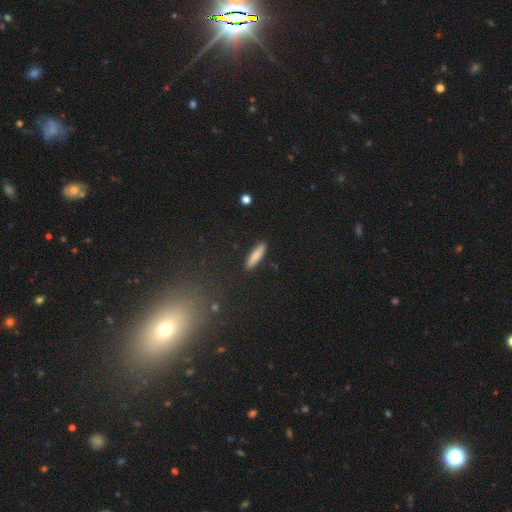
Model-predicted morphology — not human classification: Smooth or featured? smooth (82%)
How rounded? cigar-shaped (76%)
Merging? none (90%)